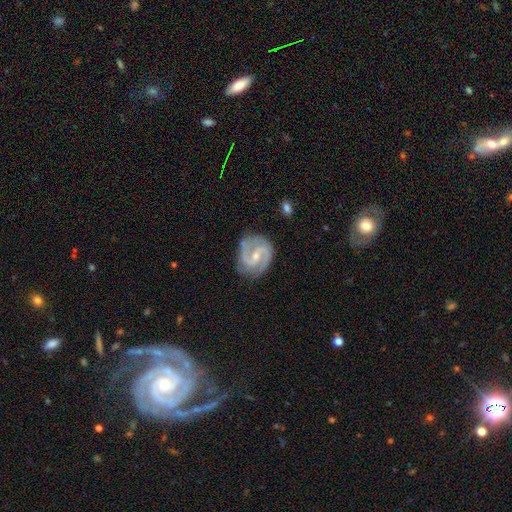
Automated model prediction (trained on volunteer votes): smooth-or-featured: featured or disk: 91% | smooth: 5% | star or artifact: 4%
  disk-edge-on: no: 98% | yes: 2%
    bar: weak: 53% | no: 27% | strong: 21%
    has-spiral-arms: yes: 98% | no: 2%
      spiral-winding: medium: 57% | tight: 29% | loose: 13%
      spiral-arm-count: 2: 90% | 3: 4% | can't tell: 3% | 1: 1% | 4: 1% | more than 4: 1%
    bulge-size: small: 58% | moderate: 38% | none: 3% | large: 1% | dominant: 1%
  merging: none: 76% | minor disturbance: 18% | major disturbance: 5% | merger: 2%